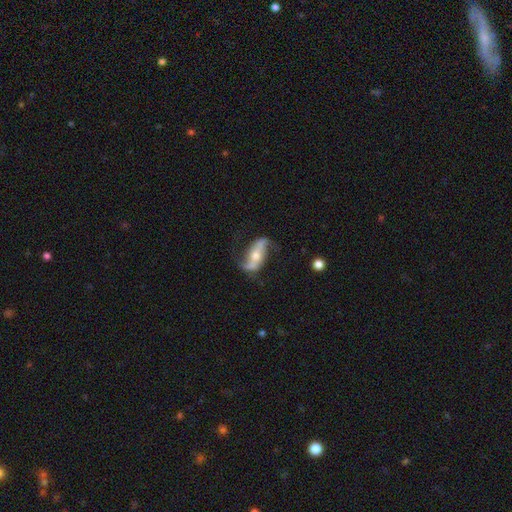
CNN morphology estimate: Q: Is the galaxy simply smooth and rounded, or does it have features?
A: featured or disk — 77%.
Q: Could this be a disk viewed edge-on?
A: no — 85%.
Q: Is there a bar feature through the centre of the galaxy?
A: strong — 40%.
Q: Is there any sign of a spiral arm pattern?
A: yes — 89%.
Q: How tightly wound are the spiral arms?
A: loose — 76%.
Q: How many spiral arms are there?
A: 2 — 91%.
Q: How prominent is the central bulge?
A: moderate — 57%.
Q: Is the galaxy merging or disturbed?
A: none — 68%.